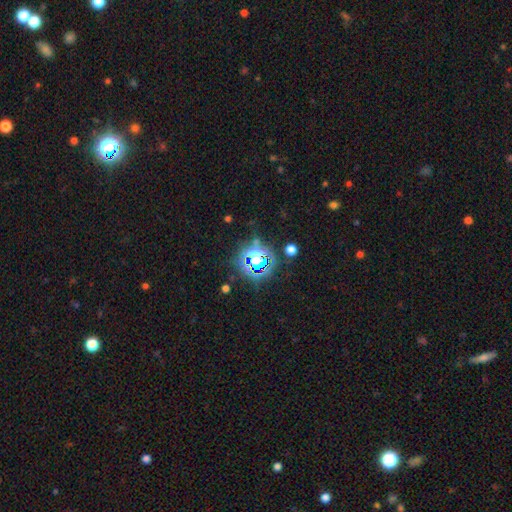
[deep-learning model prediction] smooth-or-featured: star or artifact: 70% | smooth: 20% | featured or disk: 10%